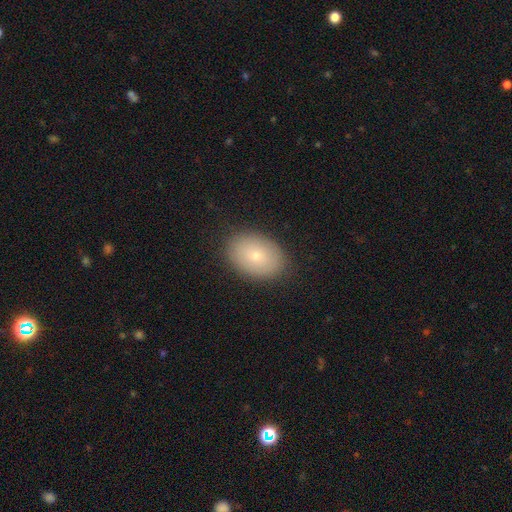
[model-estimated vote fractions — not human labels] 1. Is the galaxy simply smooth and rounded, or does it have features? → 72% smooth, 19% featured or disk, 9% star or artifact.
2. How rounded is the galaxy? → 79% in between, 20% round, 1% cigar-shaped.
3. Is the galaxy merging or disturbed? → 86% none, 10% minor disturbance, 3% major disturbance, 1% merger.